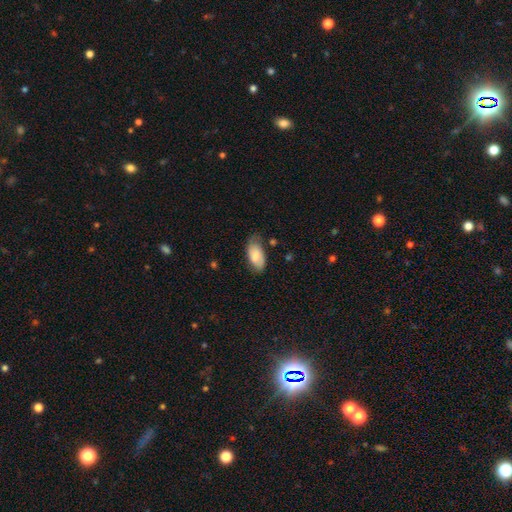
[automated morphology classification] Smooth or featured? smooth (78%)
How rounded? in between (93%)
Merging? none (58%)